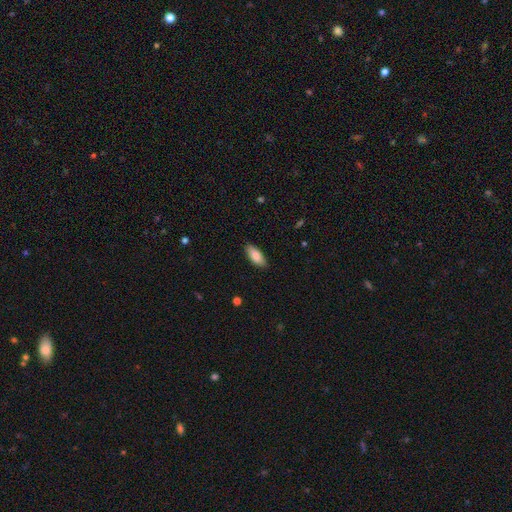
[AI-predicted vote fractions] Morphology: type=smooth (85%); roundness=in between (80%); merging=none (86%).